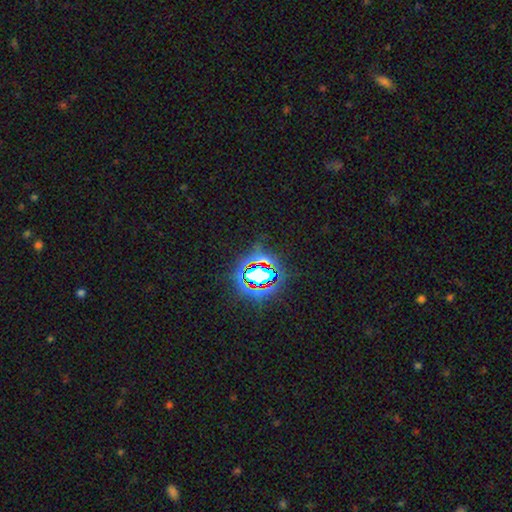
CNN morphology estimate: Smooth or featured? star or artifact (82%)